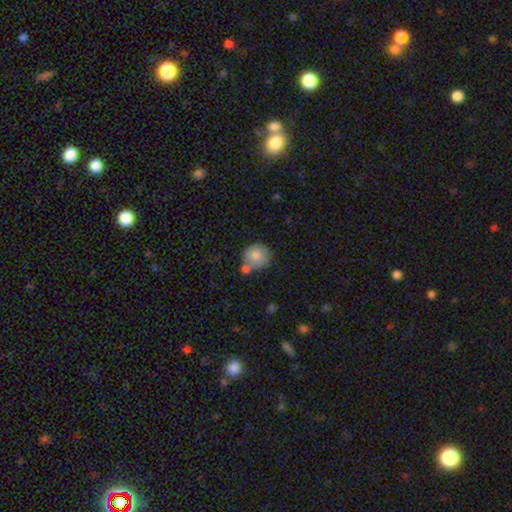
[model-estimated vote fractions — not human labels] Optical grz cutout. It shows a smooth galaxy with no disk features (81%) that is round (87%). Merging: none (50%).